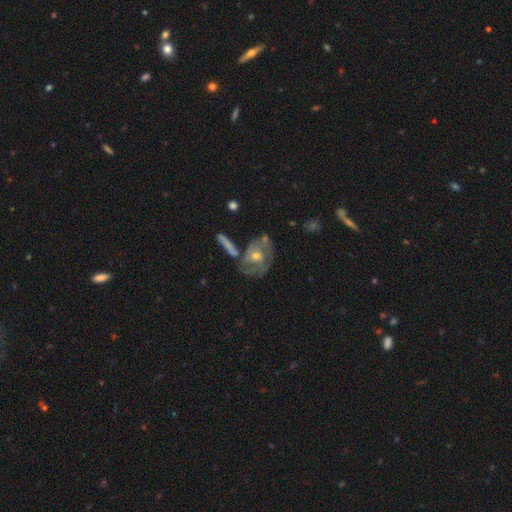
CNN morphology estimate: Smooth or featured? Predicted: featured or disk (p=0.68). Edge-on disk? Predicted: no (p=0.94). Bar? Predicted: no (p=0.63). Spiral arms? Predicted: yes (p=0.70). Bulge size? Predicted: moderate (p=0.51). Merging? Predicted: none (p=0.46).